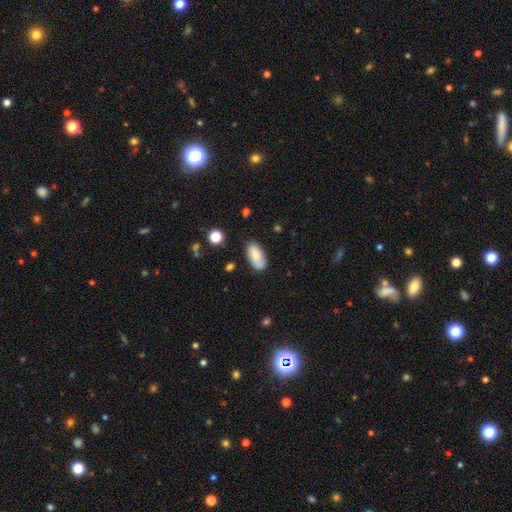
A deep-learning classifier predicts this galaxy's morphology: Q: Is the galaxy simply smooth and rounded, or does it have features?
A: smooth — 80%.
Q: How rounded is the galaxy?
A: in between — 92%.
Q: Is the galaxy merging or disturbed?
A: none — 79%.